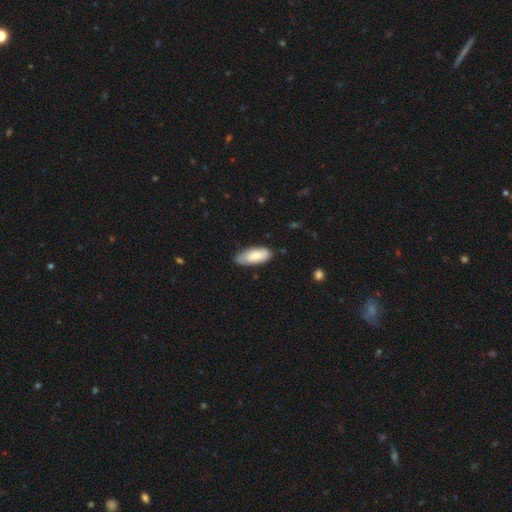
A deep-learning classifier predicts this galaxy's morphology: Q: Smooth or featured?
A: smooth (77%); runner-up: featured or disk (18%)
Q: How rounded?
A: in between (83%); runner-up: cigar-shaped (15%)
Q: Merging?
A: none (75%); runner-up: minor disturbance (20%)